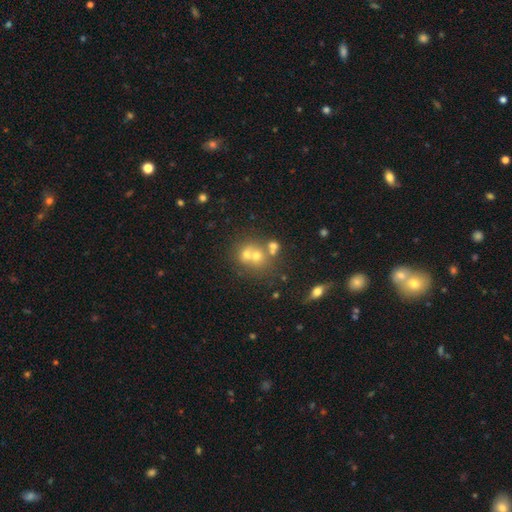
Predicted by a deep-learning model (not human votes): smooth_or_featured: smooth (p=0.53) [alt: featured or disk p=0.27]
how_rounded: round (p=0.78) [alt: in between p=0.21]
merging: merger (p=0.49) [alt: none p=0.39]